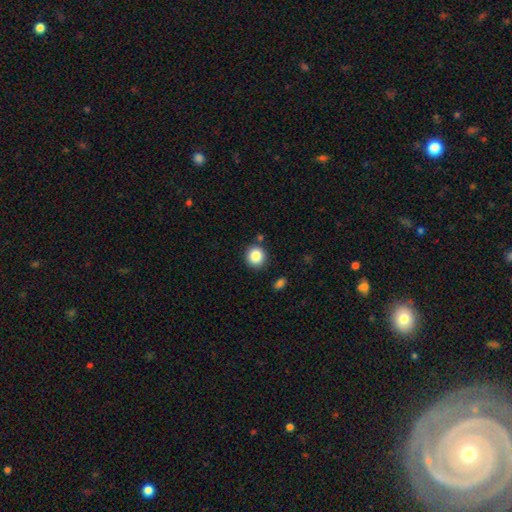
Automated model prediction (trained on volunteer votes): Smooth or featured?
  - smooth: 85% *
  - star or artifact: 9%
  - featured or disk: 5%
How rounded?
  - round: 90% *
  - in between: 9%
  - cigar-shaped: 1%
Merging?
  - none: 86% *
  - minor disturbance: 8%
  - merger: 4%
  - major disturbance: 2%